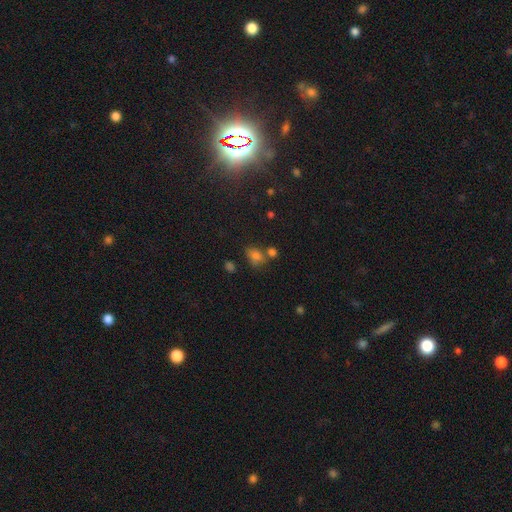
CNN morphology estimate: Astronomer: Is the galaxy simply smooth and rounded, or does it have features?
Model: smooth — 73%.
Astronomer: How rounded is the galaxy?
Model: in between — 71%.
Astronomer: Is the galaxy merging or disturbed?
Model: none — 48% (runner-up: merger, 26%).